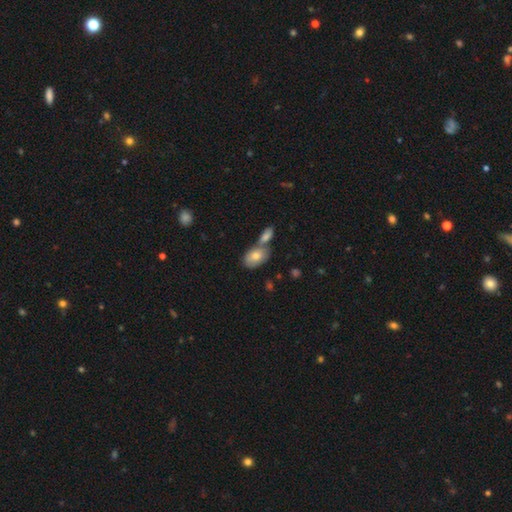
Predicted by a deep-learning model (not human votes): A smooth galaxy with no disk features (77%) that is in between round and cigar-shaped (90%).

Vote fractions:
- Smooth or featured? smooth: 77% / featured or disk: 17% / star or artifact: 6%
- How rounded? in between: 90% / round: 8% / cigar-shaped: 2%
- Merging? merger: 48% / none: 39% / minor disturbance: 10% / major disturbance: 3%